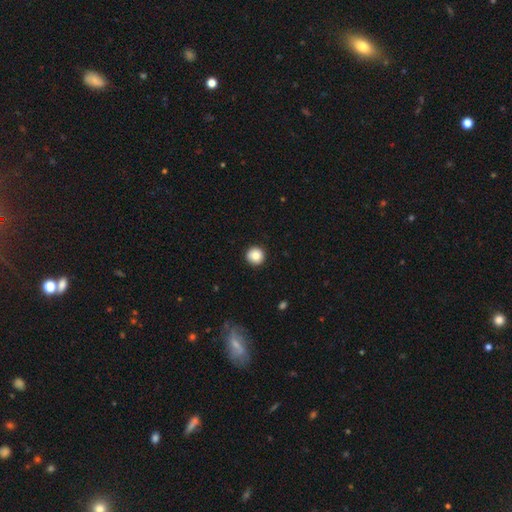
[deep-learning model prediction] This is clearly a smooth galaxy (83%). How rounded: clearly round (95%). Merging: clearly none (92%).